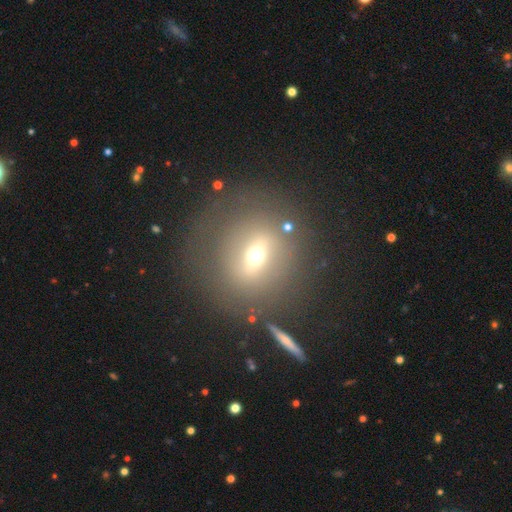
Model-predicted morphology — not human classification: A featured or disk galaxy (42%). Merging: none (79%).